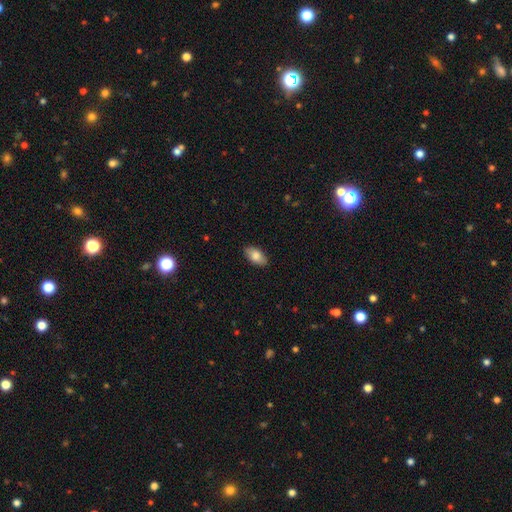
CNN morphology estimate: A smooth galaxy with no disk features (82%) that is in between round and cigar-shaped (93%).

Vote fractions:
- Smooth or featured? smooth: 82% / featured or disk: 11% / star or artifact: 6%
- How rounded? in between: 93% / cigar-shaped: 4% / round: 3%
- Merging? none: 89% / minor disturbance: 9% / major disturbance: 2% / merger: 1%